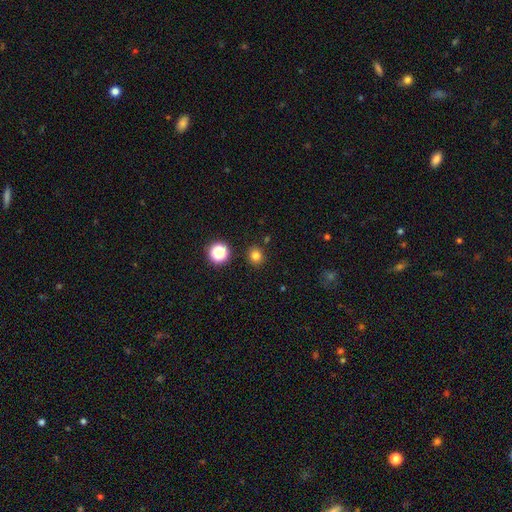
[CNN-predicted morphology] A smooth galaxy with no disk features (79%) that is round (87%).

Vote fractions:
- Smooth or featured? smooth: 79% / star or artifact: 16% / featured or disk: 5%
- How rounded? round: 87% / in between: 12% / cigar-shaped: 1%
- Merging? none: 88% / minor disturbance: 7% / merger: 3% / major disturbance: 2%